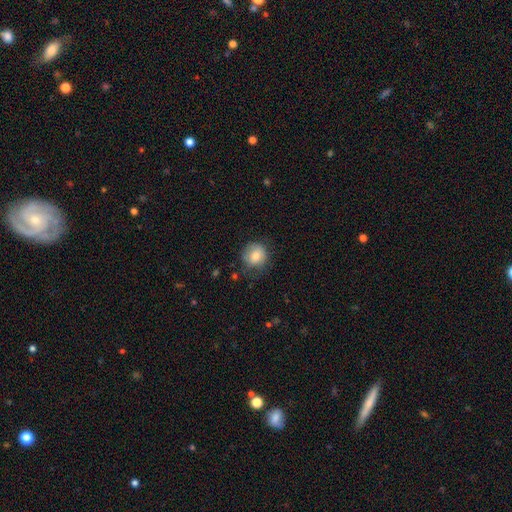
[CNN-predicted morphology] smooth 80%, featured or disk 12%, star or artifact 8%. Down the decision tree: how rounded — round (81%); merging — none (65%).